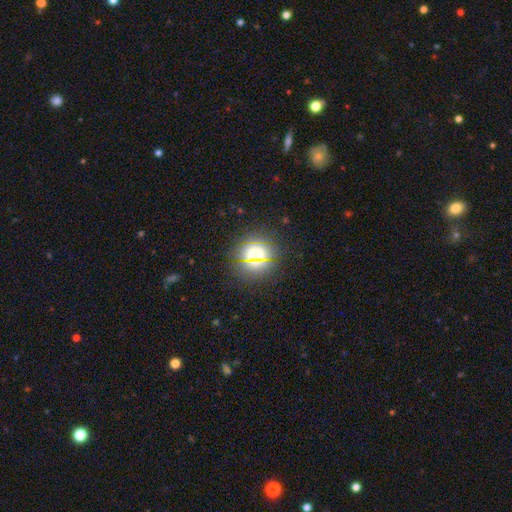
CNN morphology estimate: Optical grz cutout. It shows a smooth galaxy with no disk features (59%) that is round (86%). Merging: none (84%).